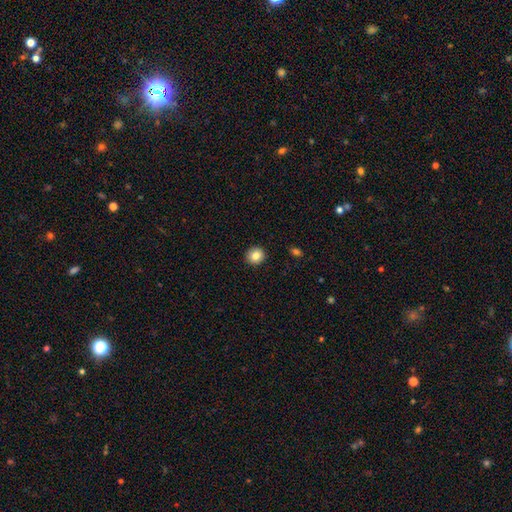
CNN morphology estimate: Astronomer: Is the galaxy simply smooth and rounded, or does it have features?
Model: smooth — 83%.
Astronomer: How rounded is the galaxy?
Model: round — 89%.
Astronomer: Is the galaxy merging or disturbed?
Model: none — 92%.